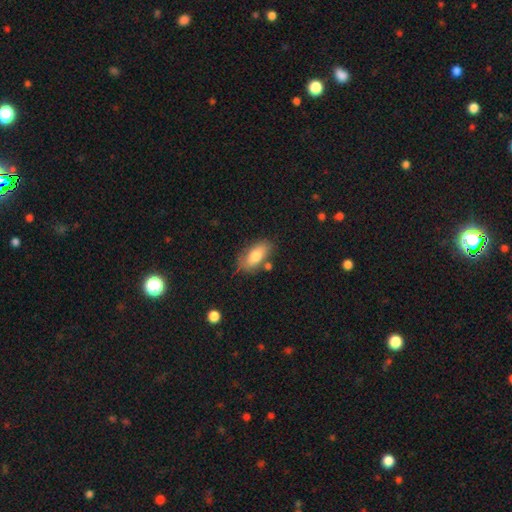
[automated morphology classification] A smooth galaxy with no disk features (76%) that is in between round and cigar-shaped (89%). Merging: none (69%).